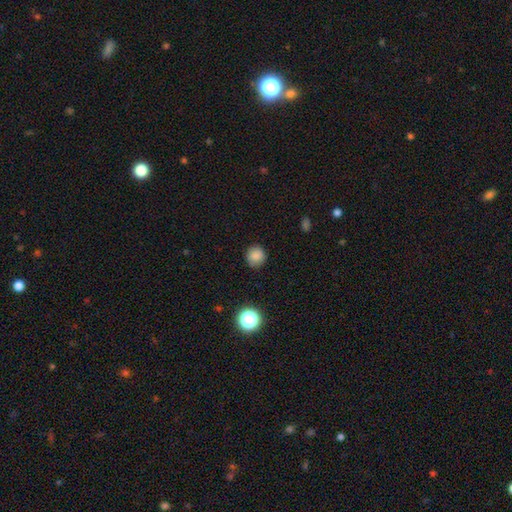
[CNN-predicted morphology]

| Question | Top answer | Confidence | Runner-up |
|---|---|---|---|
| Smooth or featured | smooth | 84% | star or artifact (12%) |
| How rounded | round | 89% | in between (10%) |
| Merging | none | 87% | minor disturbance (9%) |